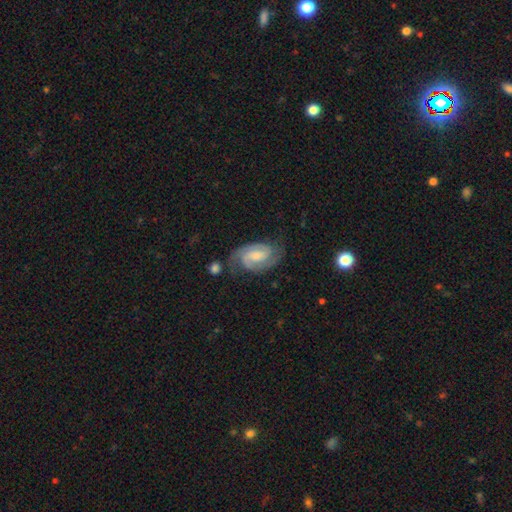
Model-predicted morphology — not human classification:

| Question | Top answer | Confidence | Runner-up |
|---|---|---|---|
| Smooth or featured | featured or disk | 86% | smooth (9%) |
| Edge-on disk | no | 97% | yes (3%) |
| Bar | weak | 47% | no (39%) |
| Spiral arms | yes | 98% | no (2%) |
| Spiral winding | tight | 48% | medium (44%) |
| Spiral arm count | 2 | 87% | 3 (5%) |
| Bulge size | moderate | 45% | small (37%) |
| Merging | none | 72% | minor disturbance (18%) |